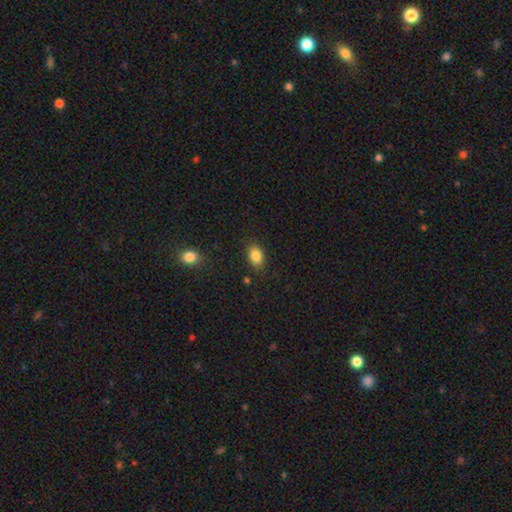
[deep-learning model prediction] A smooth galaxy with no disk features (84%) that is in between round and cigar-shaped (78%).

Vote fractions:
- Smooth or featured? smooth: 84% / star or artifact: 9% / featured or disk: 6%
- How rounded? in between: 78% / round: 20% / cigar-shaped: 1%
- Merging? none: 83% / minor disturbance: 12% / major disturbance: 3% / merger: 2%